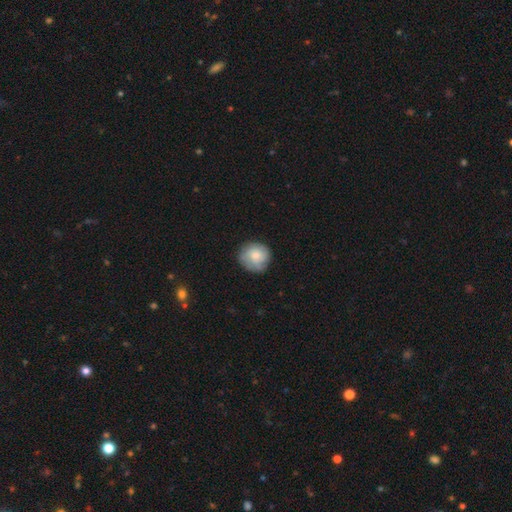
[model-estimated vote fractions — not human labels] A smooth galaxy with no disk features (50%). Merging: none (77%).